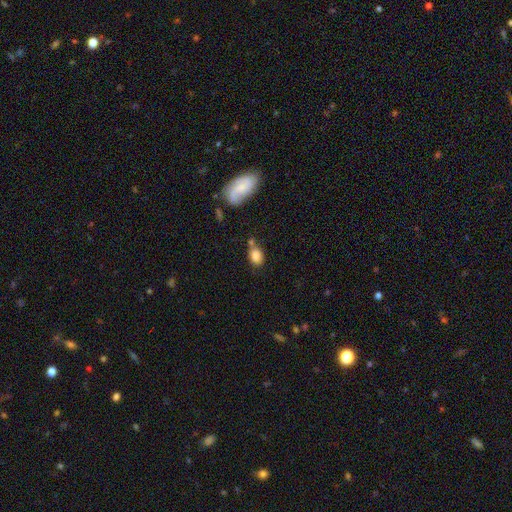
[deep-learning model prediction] A smooth galaxy with no disk features (83%) that is in between round and cigar-shaped (74%). Merging: none (59%).